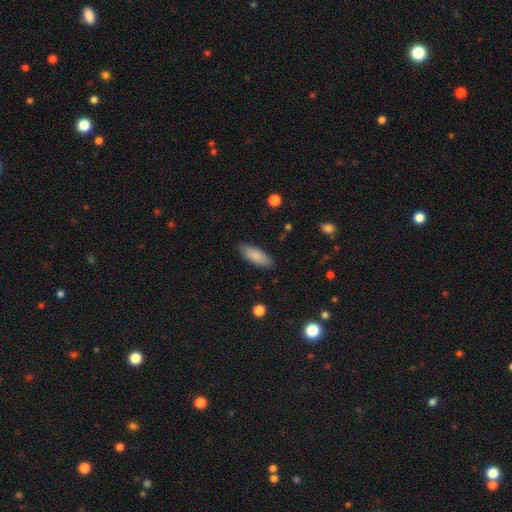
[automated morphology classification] Smooth or featured?
  - smooth: 86% *
  - featured or disk: 8%
  - star or artifact: 6%
How rounded?
  - in between: 72% *
  - cigar-shaped: 26%
  - round: 2%
Merging?
  - none: 88% *
  - minor disturbance: 9%
  - major disturbance: 2%
  - merger: 1%